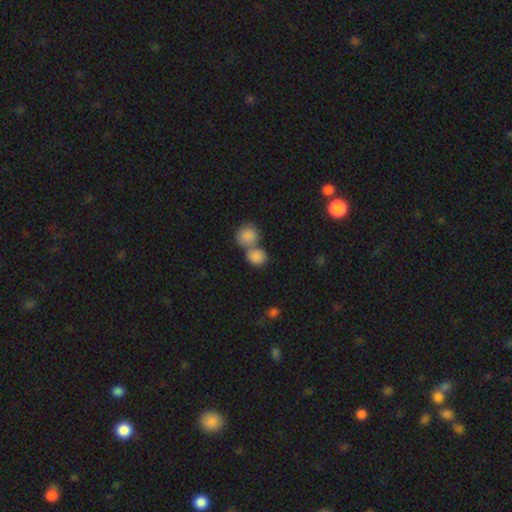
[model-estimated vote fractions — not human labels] Q: Smooth or featured?
A: smooth (85%); runner-up: star or artifact (8%)
Q: How rounded?
A: round (71%); runner-up: in between (28%)
Q: Merging?
A: merger (60%); runner-up: none (30%)